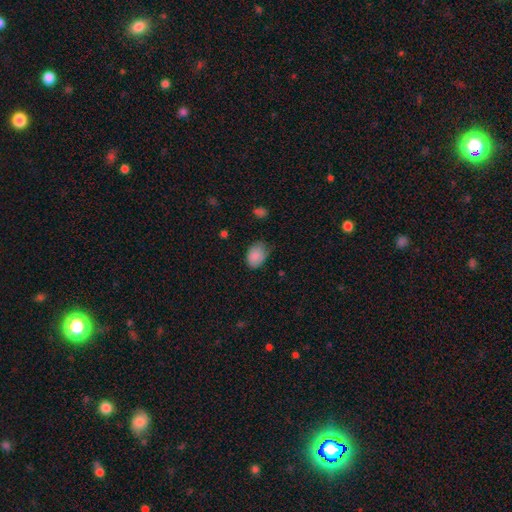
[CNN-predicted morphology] smooth-or-featured: smooth: 87% | star or artifact: 8% | featured or disk: 6%
  how-rounded: in between: 75% | round: 24% | cigar-shaped: 1%
  merging: none: 56% | minor disturbance: 34% | major disturbance: 8% | merger: 2%